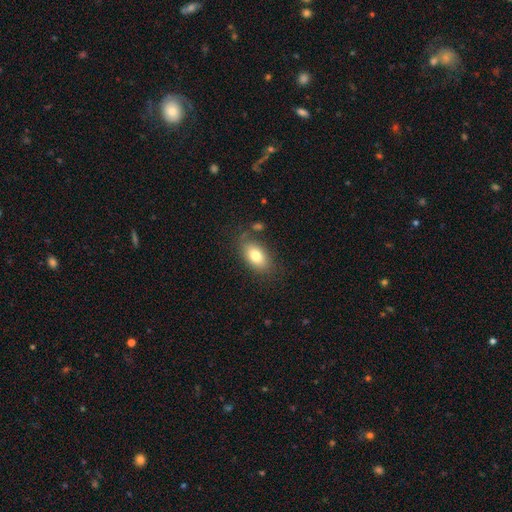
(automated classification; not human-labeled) Q: Smooth or featured?
A: smooth (77%); runner-up: featured or disk (14%)
Q: How rounded?
A: in between (90%); runner-up: round (7%)
Q: Merging?
A: none (74%); runner-up: minor disturbance (16%)